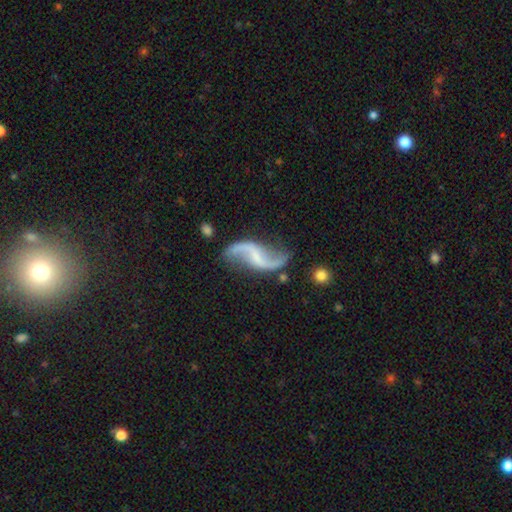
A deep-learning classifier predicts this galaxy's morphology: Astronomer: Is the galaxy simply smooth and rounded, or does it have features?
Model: featured or disk — 90%.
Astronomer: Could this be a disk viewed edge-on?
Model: no — 97%.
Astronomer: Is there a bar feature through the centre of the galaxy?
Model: weak — 44% (runner-up: no, 32%).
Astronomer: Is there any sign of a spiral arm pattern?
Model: yes — 96%.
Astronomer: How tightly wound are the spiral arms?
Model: loose — 90%.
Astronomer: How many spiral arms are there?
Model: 2 — 94%.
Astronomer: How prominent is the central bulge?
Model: none — 43% (runner-up: small, 41%).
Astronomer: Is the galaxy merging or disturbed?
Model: none — 76%.